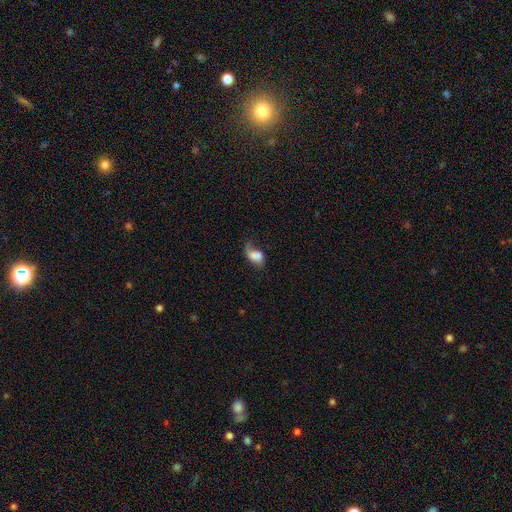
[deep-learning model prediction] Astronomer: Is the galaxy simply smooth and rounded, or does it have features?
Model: smooth — 63%.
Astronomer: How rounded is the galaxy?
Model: in between — 82%.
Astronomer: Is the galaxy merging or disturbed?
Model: major disturbance — 40% (runner-up: none, 26%).